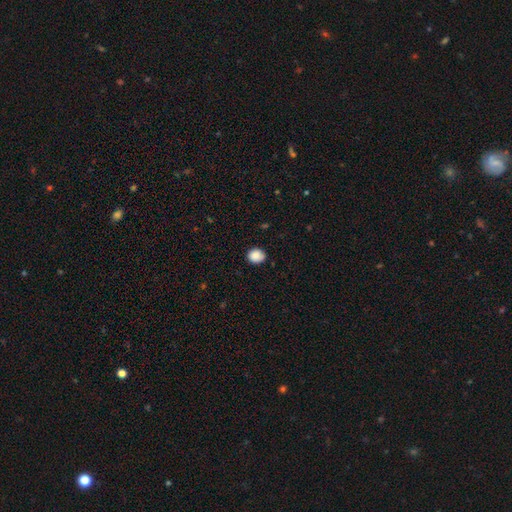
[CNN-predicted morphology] smooth 87%, star or artifact 9%, featured or disk 4%. Down the decision tree: how rounded — round (74%); merging — none (83%).